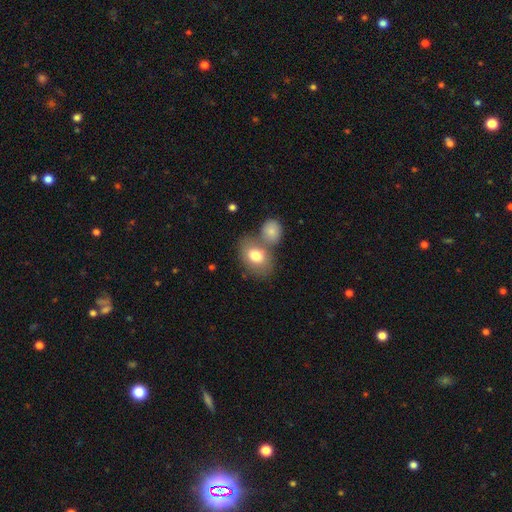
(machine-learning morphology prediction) The model was most divided on "merging": none: 43%, merger: 41%, minor disturbance: 11%, major disturbance: 4%. More confident: how rounded — in between (79%); smooth or featured — smooth (76%).